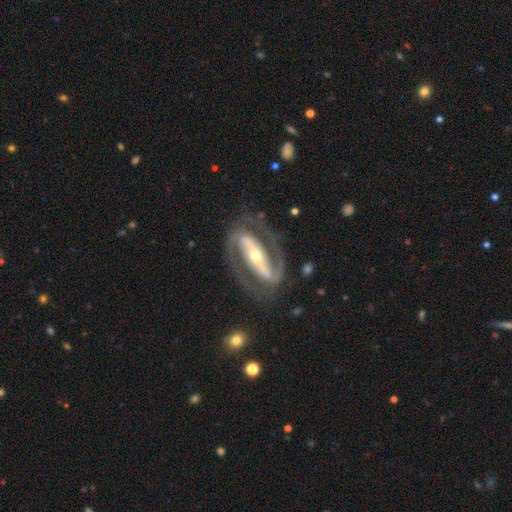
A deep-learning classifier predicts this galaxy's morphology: Q: Smooth or featured?
A: featured or disk (91%); runner-up: smooth (5%)
Q: Edge-on disk?
A: no (93%); runner-up: yes (7%)
Q: Bar?
A: strong (75%); runner-up: weak (13%)
Q: Spiral arms?
A: yes (94%); runner-up: no (6%)
Q: Spiral winding?
A: medium (49%); runner-up: tight (36%)
Q: Spiral arm count?
A: 2 (92%); runner-up: can't tell (3%)
Q: Bulge size?
A: small (52%); runner-up: moderate (43%)
Q: Merging?
A: none (79%); runner-up: minor disturbance (12%)